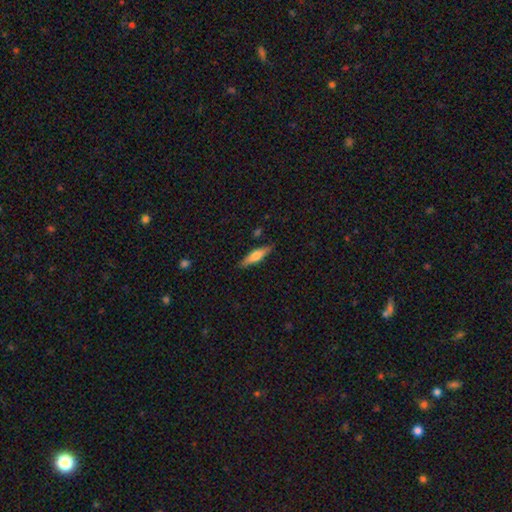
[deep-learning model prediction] A smooth galaxy with no disk features (59%) that is cigar-shaped (73%).

Vote fractions:
- Smooth or featured? smooth: 59% / featured or disk: 35% / star or artifact: 6%
- How rounded? cigar-shaped: 73% / in between: 25% / round: 2%
- Merging? none: 86% / minor disturbance: 10% / major disturbance: 2% / merger: 2%